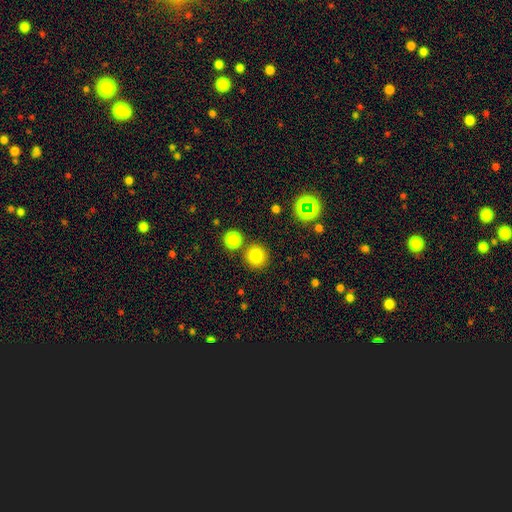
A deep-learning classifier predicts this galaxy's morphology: A smooth galaxy with no disk features (80%) that is round (94%). Merging: none (82%).